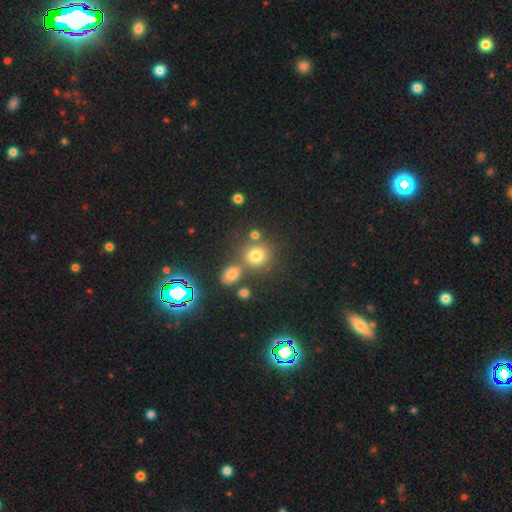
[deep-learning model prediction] Q: Smooth or featured?
A: smooth (72%); runner-up: star or artifact (18%)
Q: How rounded?
A: round (83%); runner-up: in between (16%)
Q: Merging?
A: none (65%); runner-up: merger (20%)